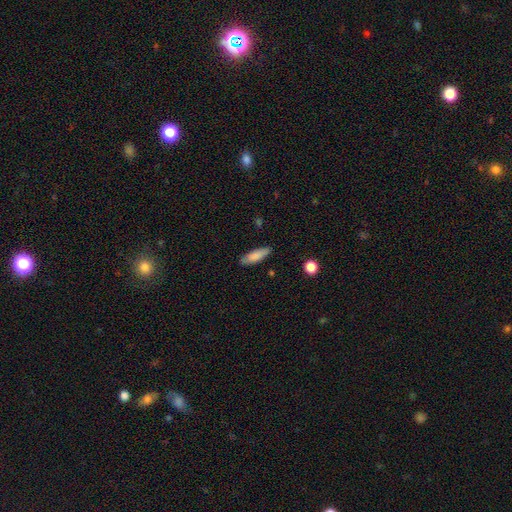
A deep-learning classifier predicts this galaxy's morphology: type=smooth (82%); roundness=cigar-shaped (54%); merging=none (84%).